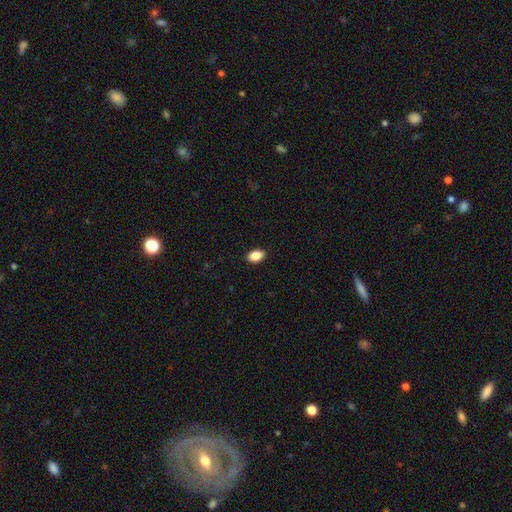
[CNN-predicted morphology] smooth_or_featured: smooth (p=0.87) [alt: star or artifact p=0.08]
how_rounded: in between (p=0.88) [alt: round p=0.11]
merging: none (p=0.90) [alt: minor disturbance p=0.07]